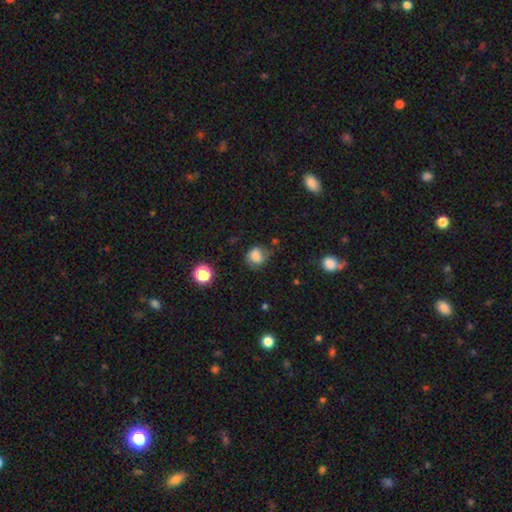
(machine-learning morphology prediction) The model was most divided on "merging": none: 60%, minor disturbance: 27%, major disturbance: 11%, merger: 3%. More confident: smooth or featured — smooth (76%); how rounded — round (68%).